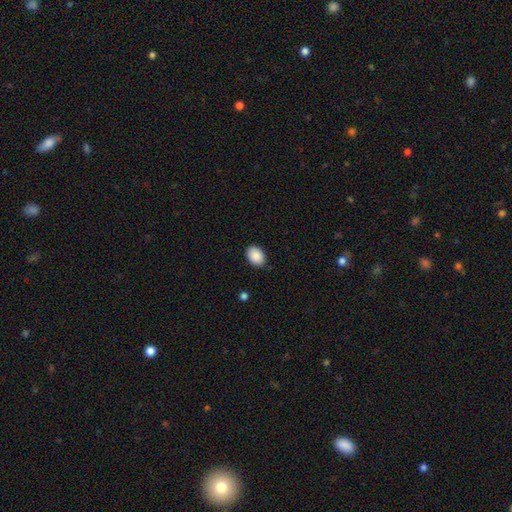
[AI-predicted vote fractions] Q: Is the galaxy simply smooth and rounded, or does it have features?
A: smooth — 89%.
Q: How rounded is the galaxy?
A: in between — 73%.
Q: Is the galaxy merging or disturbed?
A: none — 87%.